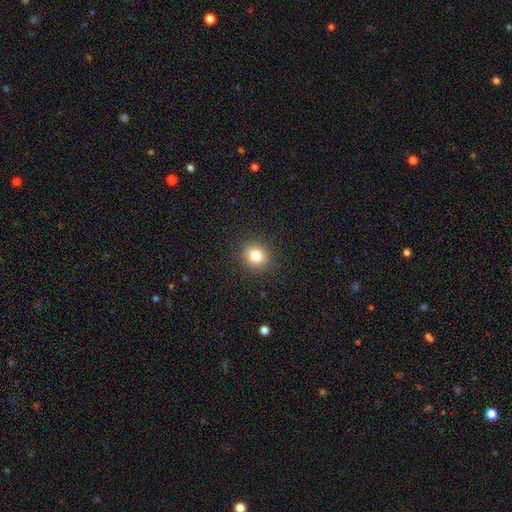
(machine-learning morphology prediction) Smooth or featured?
  - smooth: 80% *
  - star or artifact: 12%
  - featured or disk: 8%
How rounded?
  - round: 84% *
  - in between: 15%
  - cigar-shaped: 1%
Merging?
  - none: 90% *
  - minor disturbance: 6%
  - major disturbance: 3%
  - merger: 1%